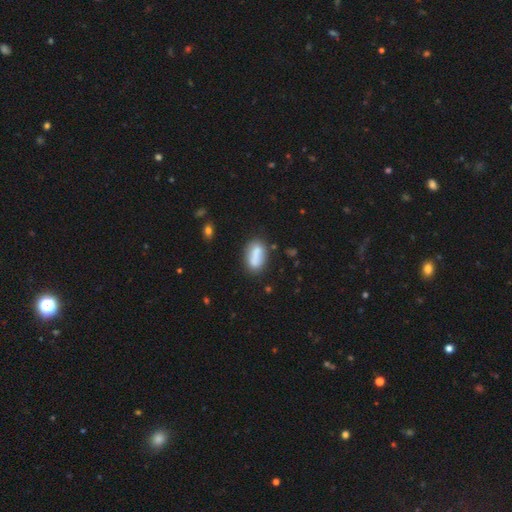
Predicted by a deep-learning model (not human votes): This is likely a smooth galaxy (76%). How rounded: clearly in between (83%). Merging: likely none (66%).